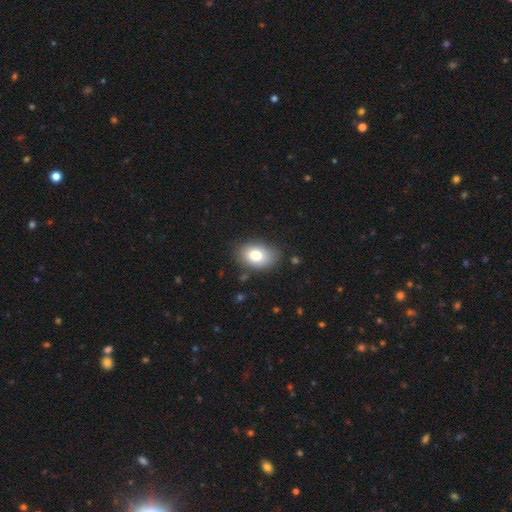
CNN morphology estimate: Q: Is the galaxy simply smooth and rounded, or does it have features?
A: smooth — 79%.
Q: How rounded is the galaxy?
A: in between — 79%.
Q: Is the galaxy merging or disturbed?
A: none — 80%.